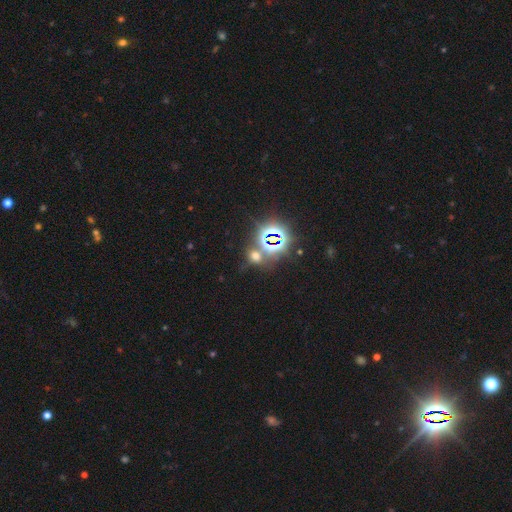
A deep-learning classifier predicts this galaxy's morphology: star or artifact 53%, smooth 39%, featured or disk 8%.